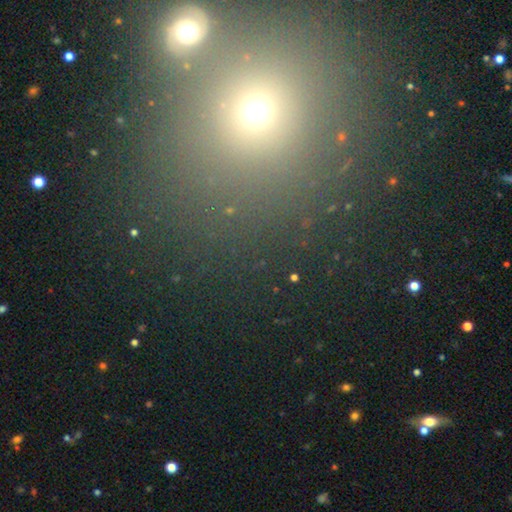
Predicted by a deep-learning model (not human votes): Smooth or featured? Predicted: star or artifact (p=0.51).